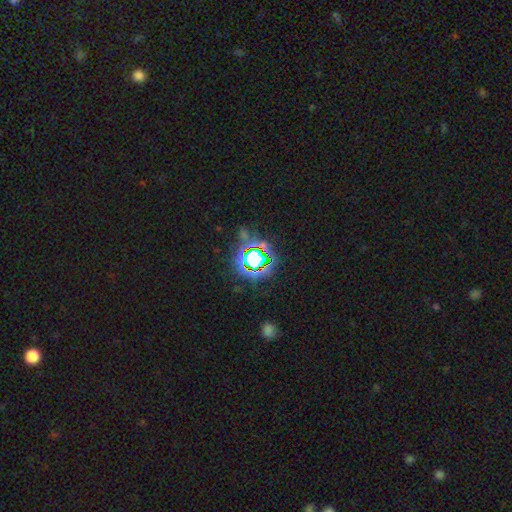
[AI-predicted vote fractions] star or artifact 67%, smooth 22%, featured or disk 11%.